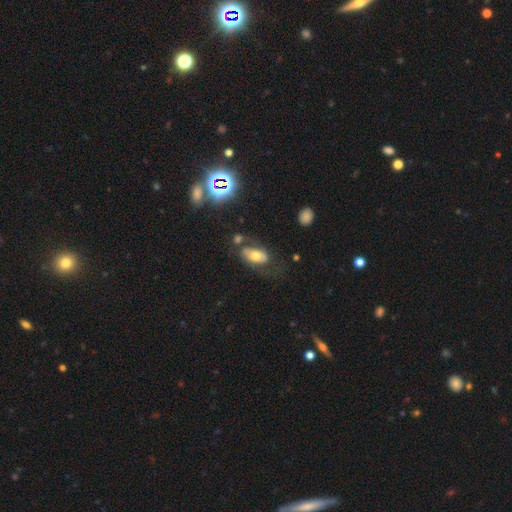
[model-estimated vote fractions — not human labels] A smooth galaxy with no disk features (47%).

Vote fractions:
- Smooth or featured? smooth: 47% / featured or disk: 43% / star or artifact: 10%
- Merging? none: 48% / major disturbance: 21% / minor disturbance: 21% / merger: 11%